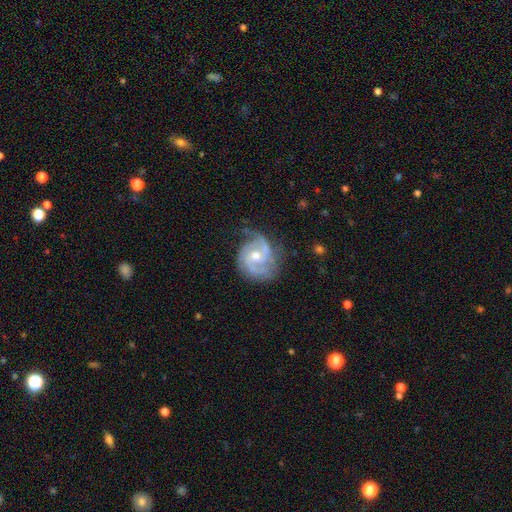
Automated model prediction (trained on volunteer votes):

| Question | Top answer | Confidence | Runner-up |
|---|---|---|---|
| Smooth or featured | featured or disk | 89% | smooth (6%) |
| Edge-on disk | no | 98% | yes (2%) |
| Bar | no | 67% | weak (27%) |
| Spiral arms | yes | 97% | no (3%) |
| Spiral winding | tight | 48% | medium (42%) |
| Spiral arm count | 2 | 46% | 3 (33%) |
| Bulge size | moderate | 63% | small (33%) |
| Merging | none | 66% | minor disturbance (24%) |